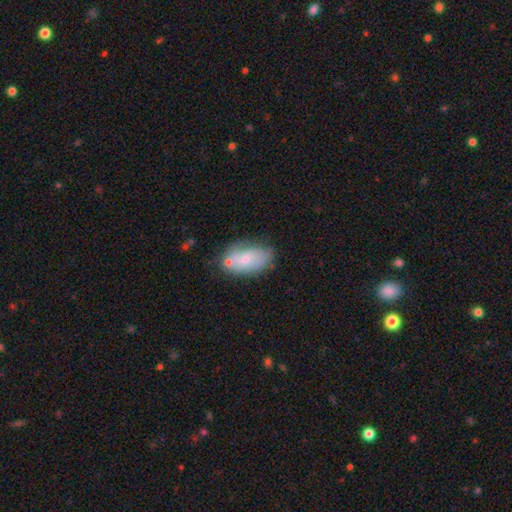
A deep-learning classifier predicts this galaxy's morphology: Smooth or featured?
  - smooth: 65% *
  - featured or disk: 27%
  - star or artifact: 8%
How rounded?
  - in between: 91% *
  - round: 6%
  - cigar-shaped: 3%
Merging?
  - none: 53% *
  - minor disturbance: 25%
  - merger: 15%
  - major disturbance: 8%